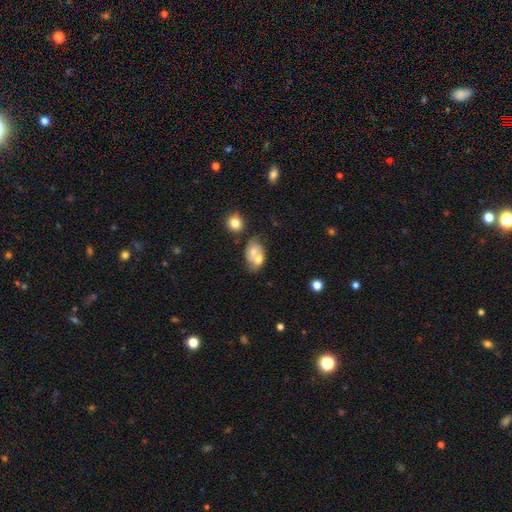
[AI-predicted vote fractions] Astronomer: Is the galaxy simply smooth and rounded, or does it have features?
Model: smooth — 59%.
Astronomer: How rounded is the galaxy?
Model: in between — 74%.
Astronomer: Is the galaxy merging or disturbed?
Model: merger — 59%.